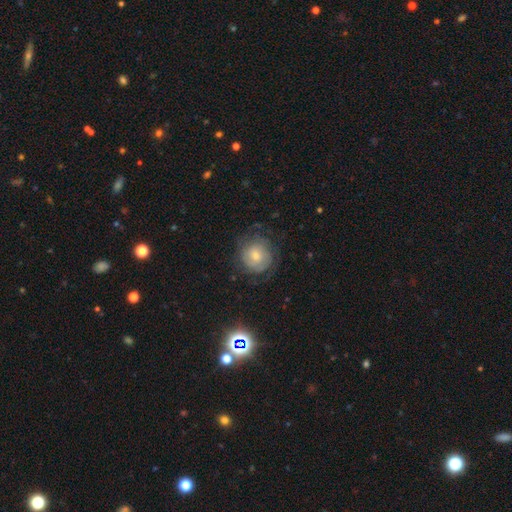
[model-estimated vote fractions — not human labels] Smooth or featured? Predicted: smooth (p=0.52). How rounded? Predicted: round (p=0.86). Merging? Predicted: none (p=0.66).